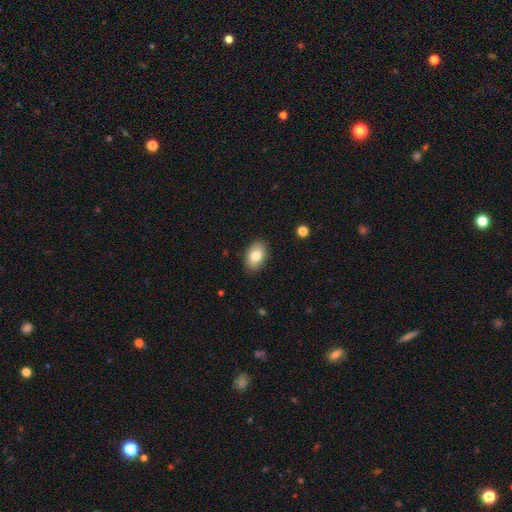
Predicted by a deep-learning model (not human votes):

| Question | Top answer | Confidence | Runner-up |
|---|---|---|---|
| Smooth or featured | smooth | 80% | featured or disk (13%) |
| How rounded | in between | 89% | round (10%) |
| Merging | none | 87% | minor disturbance (10%) |